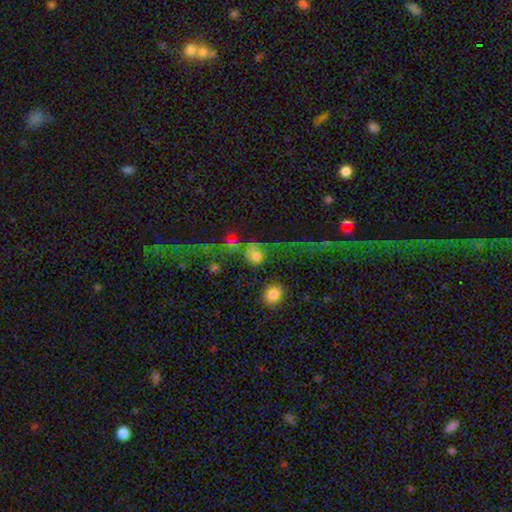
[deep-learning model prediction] Q: Smooth or featured?
A: smooth (57%); runner-up: star or artifact (23%)
Q: How rounded?
A: round (80%); runner-up: in between (18%)
Q: Merging?
A: none (37%); runner-up: major disturbance (32%)